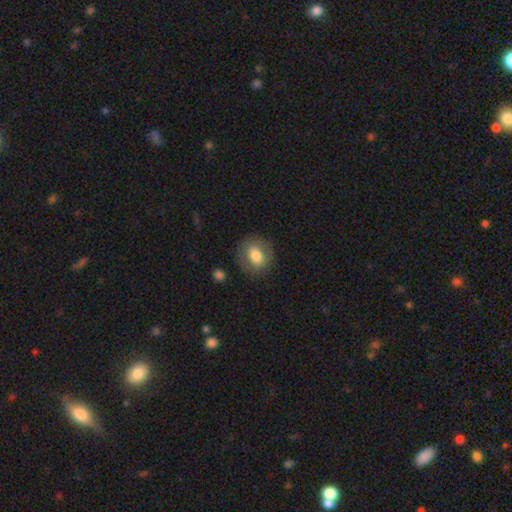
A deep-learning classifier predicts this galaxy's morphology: Smooth or featured?
  - smooth: 67% *
  - featured or disk: 25%
  - star or artifact: 8%
How rounded?
  - round: 61% *
  - in between: 38%
  - cigar-shaped: 1%
Merging?
  - none: 83% *
  - minor disturbance: 11%
  - major disturbance: 5%
  - merger: 1%